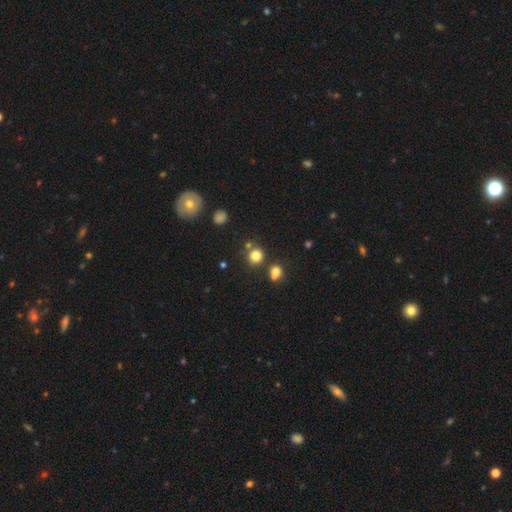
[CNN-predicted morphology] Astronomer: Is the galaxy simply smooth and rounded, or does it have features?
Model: smooth — 79%.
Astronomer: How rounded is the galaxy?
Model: round — 88%.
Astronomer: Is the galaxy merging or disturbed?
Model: none — 73%.